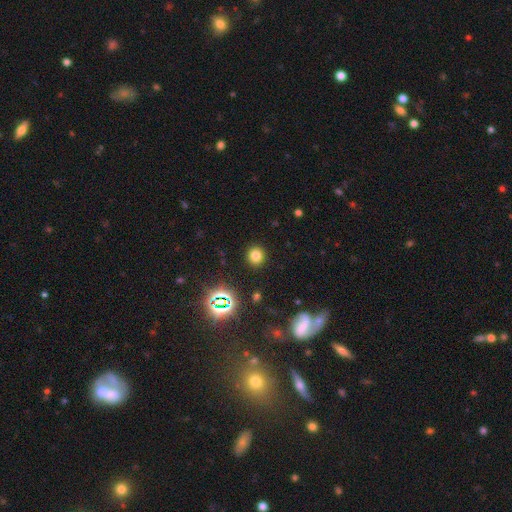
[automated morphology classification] Smooth or featured?
  - smooth: 74% *
  - star or artifact: 20%
  - featured or disk: 6%
How rounded?
  - round: 88% *
  - in between: 11%
  - cigar-shaped: 1%
Merging?
  - none: 90% *
  - minor disturbance: 6%
  - major disturbance: 2%
  - merger: 1%